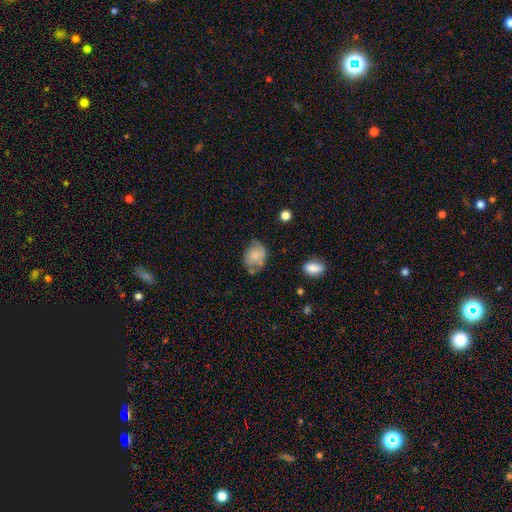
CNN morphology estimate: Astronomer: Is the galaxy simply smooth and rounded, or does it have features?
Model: smooth — 65%.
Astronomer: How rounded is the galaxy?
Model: in between — 54% (runner-up: round, 45%).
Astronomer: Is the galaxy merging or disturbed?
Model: none — 48% (runner-up: minor disturbance, 33%).